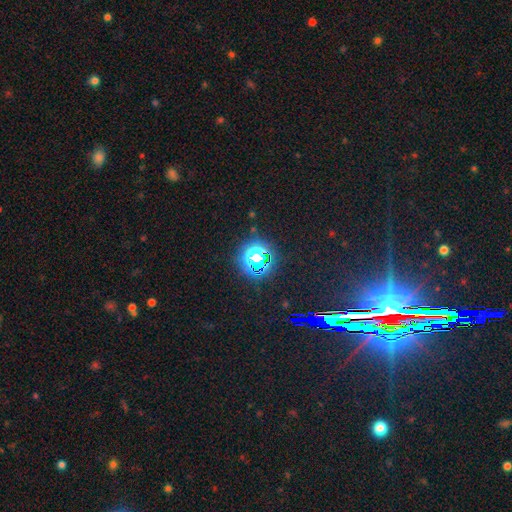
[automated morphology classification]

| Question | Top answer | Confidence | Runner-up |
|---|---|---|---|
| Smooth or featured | star or artifact | 60% | smooth (30%) |